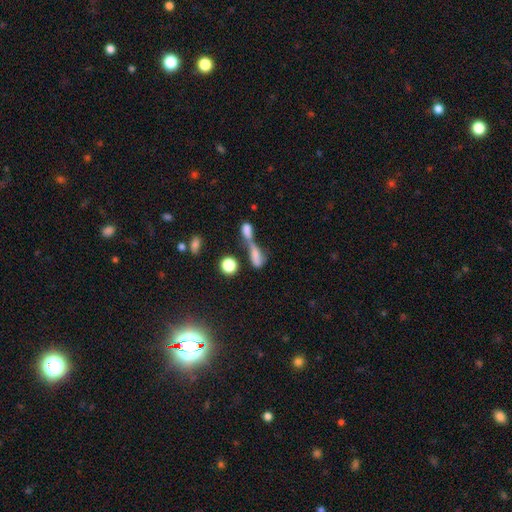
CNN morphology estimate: type=smooth (65%); roundness=in between (59%); merging=merger (66%).